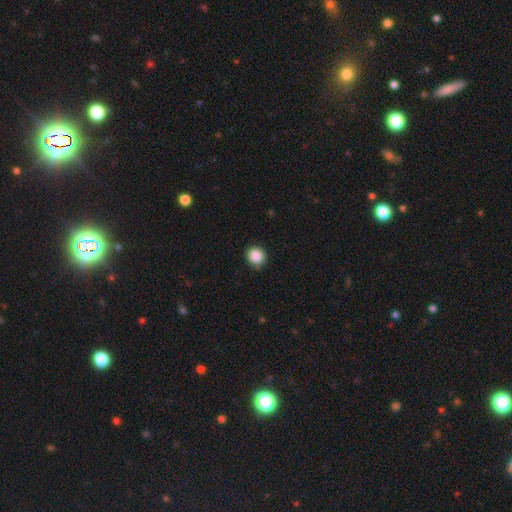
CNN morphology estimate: A smooth galaxy with no disk features (87%) that is round (88%).

Vote fractions:
- Smooth or featured? smooth: 87% / star or artifact: 10% / featured or disk: 4%
- How rounded? round: 88% / in between: 11% / cigar-shaped: 1%
- Merging? none: 88% / minor disturbance: 9% / major disturbance: 2% / merger: 1%